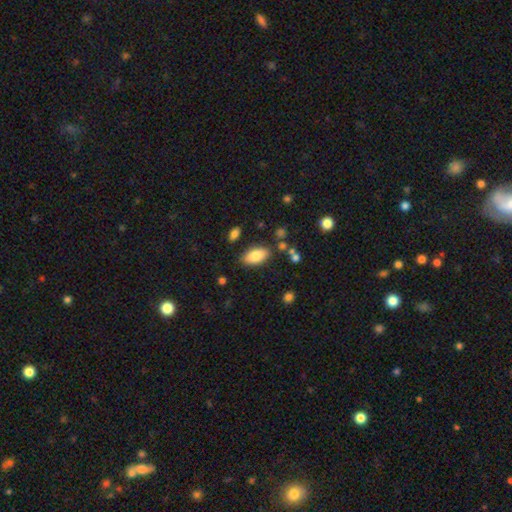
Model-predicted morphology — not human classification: This appears to be a smooth galaxy with no disk features (81%) that is in between round and cigar-shaped (91%). Merging: none (82%).